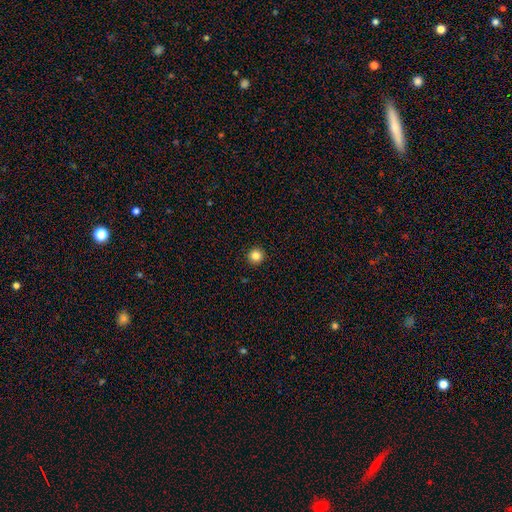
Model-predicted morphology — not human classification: Smooth or featured? Predicted: smooth (p=0.84). How rounded? Predicted: round (p=0.96). Merging? Predicted: none (p=0.94).